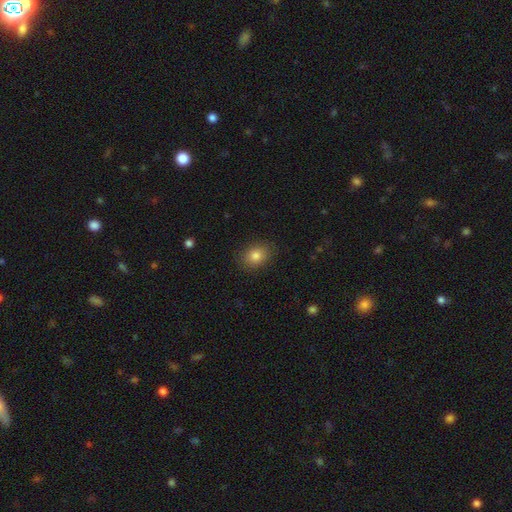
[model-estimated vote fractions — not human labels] This is clearly a smooth galaxy (82%). How rounded: possibly in between (56%). Merging: clearly none (86%).